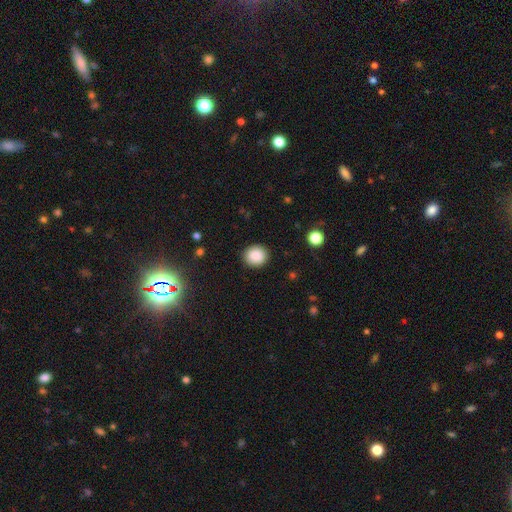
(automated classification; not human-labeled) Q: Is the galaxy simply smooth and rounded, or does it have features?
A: smooth — 87%.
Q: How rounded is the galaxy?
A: round — 83%.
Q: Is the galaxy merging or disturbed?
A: none — 90%.